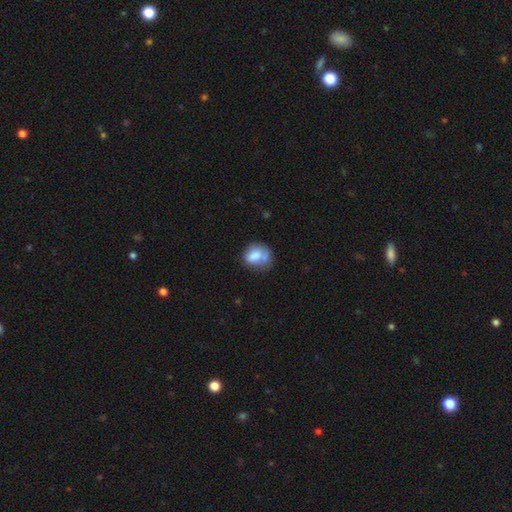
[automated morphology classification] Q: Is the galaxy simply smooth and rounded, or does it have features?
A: smooth — 72%.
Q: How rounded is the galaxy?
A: in between — 54%.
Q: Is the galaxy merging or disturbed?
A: none — 38%.